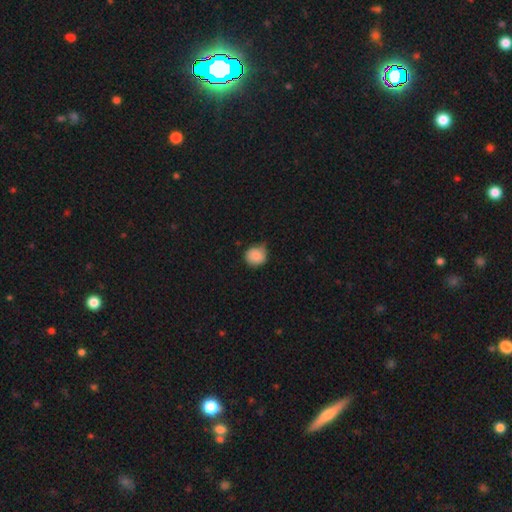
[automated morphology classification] This is clearly a smooth galaxy (85%). How rounded: clearly round (86%). Merging: possibly none (58%).